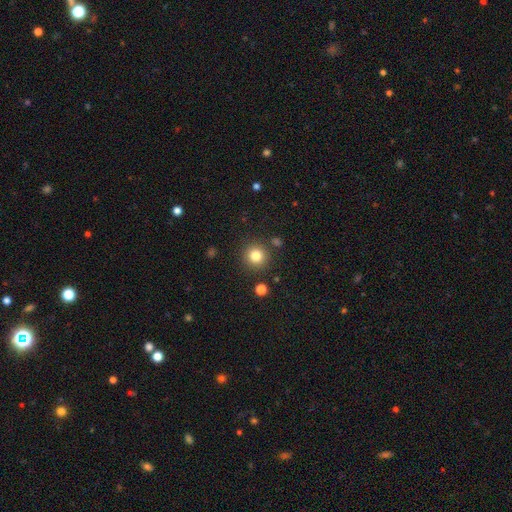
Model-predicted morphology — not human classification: Smooth or featured? smooth (82%)
How rounded? round (95%)
Merging? none (88%)